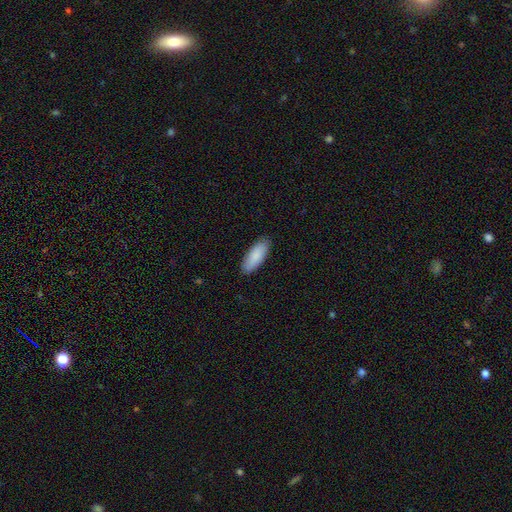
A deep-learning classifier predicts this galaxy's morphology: Smooth or featured: smooth — 88% (featured or disk — 6%)
How rounded: in between — 74% (cigar-shaped — 25%)
Merging: none — 88% (minor disturbance — 9%)